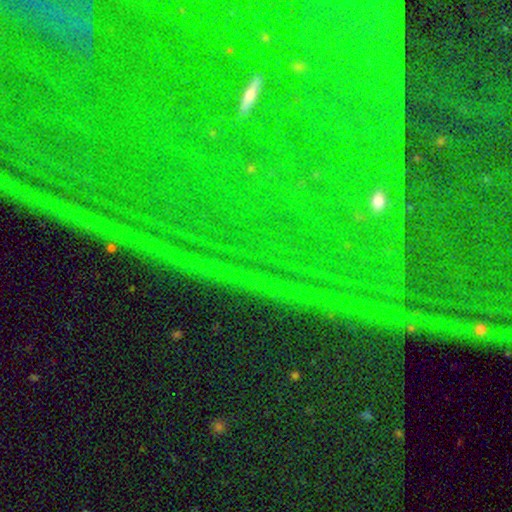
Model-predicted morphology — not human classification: type=star or artifact (87%).